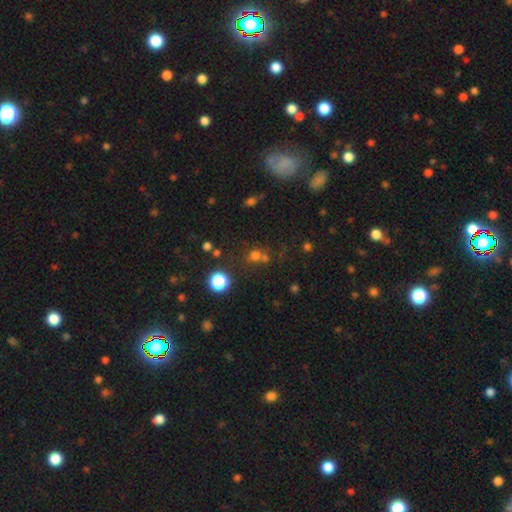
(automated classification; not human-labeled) Smooth or featured: smooth — 60% (star or artifact — 30%)
How rounded: round — 80% (in between — 19%)
Merging: none — 56% (merger — 28%)